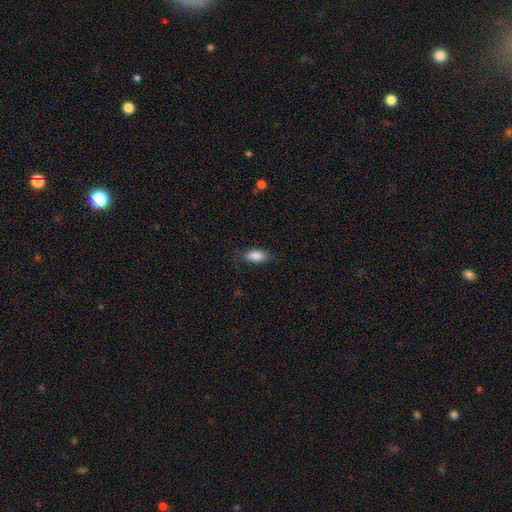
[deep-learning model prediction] Morphology: type=smooth (85%); roundness=in between (85%); merging=none (78%).